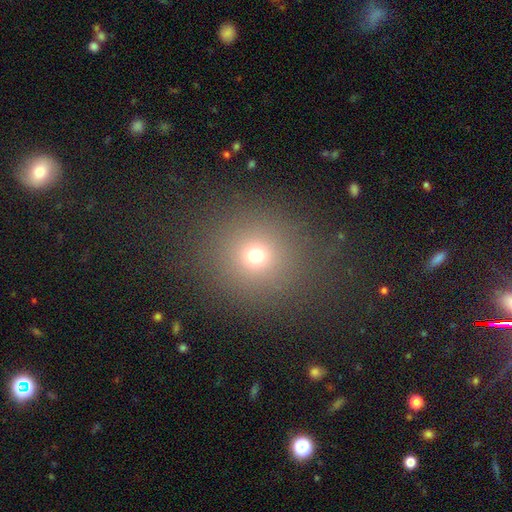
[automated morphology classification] This is likely a smooth galaxy (70%). How rounded: clearly round (90%). Merging: clearly none (85%).